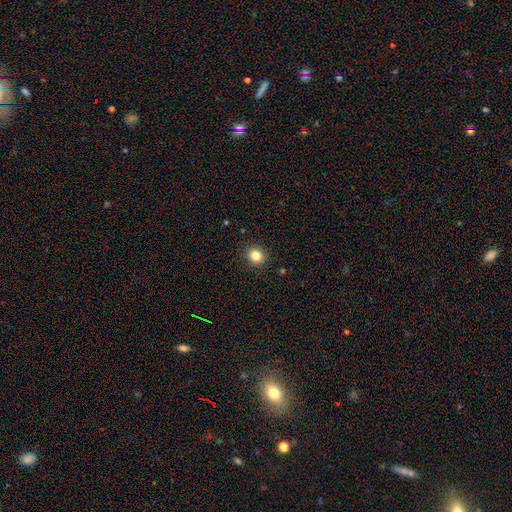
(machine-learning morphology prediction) Smooth or featured?
  - smooth: 82% *
  - star or artifact: 12%
  - featured or disk: 5%
How rounded?
  - round: 87% *
  - in between: 12%
  - cigar-shaped: 1%
Merging?
  - none: 92% *
  - minor disturbance: 6%
  - major disturbance: 2%
  - merger: 1%